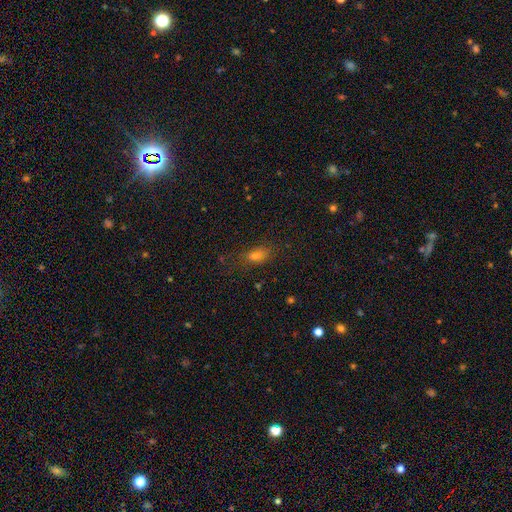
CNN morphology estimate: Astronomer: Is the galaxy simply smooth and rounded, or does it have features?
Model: smooth — 68%.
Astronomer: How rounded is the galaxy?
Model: in between — 74%.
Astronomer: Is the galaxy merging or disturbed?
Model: none — 75%.